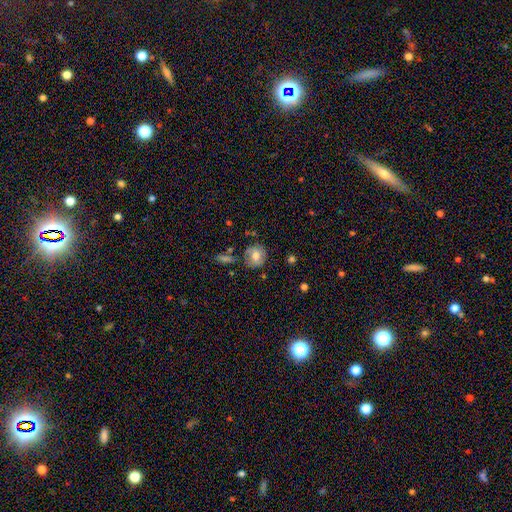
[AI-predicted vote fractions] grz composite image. It shows a smooth galaxy with no disk features (65%) that is round (83%). Merging: none (72%).